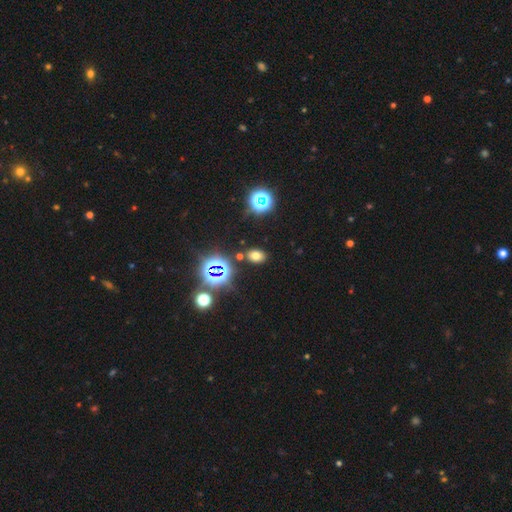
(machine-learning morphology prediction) Smooth or featured? Predicted: smooth (p=0.63). How rounded? Predicted: in between (p=0.77). Merging? Predicted: none (p=0.85).